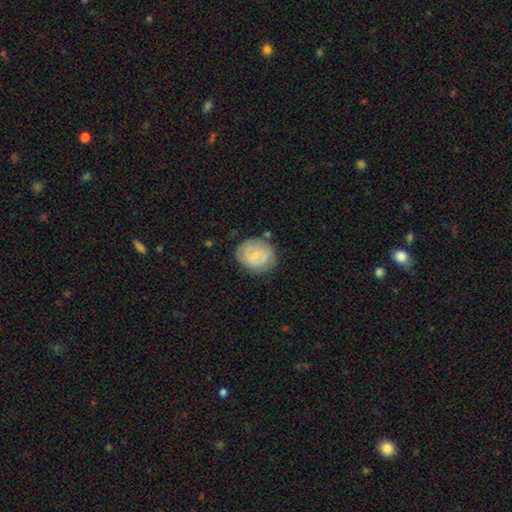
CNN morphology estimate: A featured or disk galaxy (48%). Merging: none (76%).